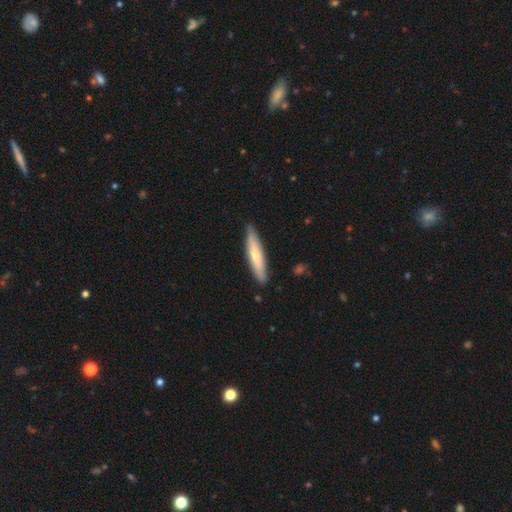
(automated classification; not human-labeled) A smooth galaxy with no disk features (60%) that is cigar-shaped (86%).

Vote fractions:
- Smooth or featured? smooth: 60% / featured or disk: 35% / star or artifact: 5%
- How rounded? cigar-shaped: 86% / in between: 13% / round: 1%
- Merging? none: 85% / minor disturbance: 12% / major disturbance: 2% / merger: 1%